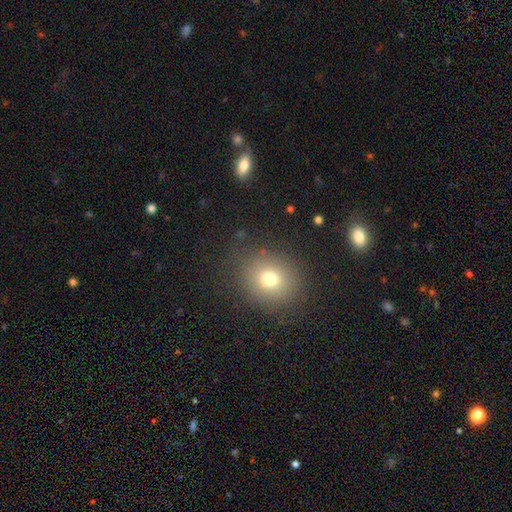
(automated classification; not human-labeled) This appears to be a smooth galaxy with no disk features (66%) that is round (74%). Merging: none (90%).